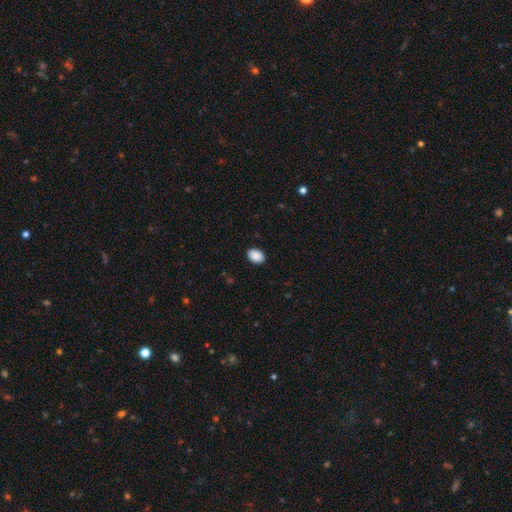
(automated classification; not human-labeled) Morphology: type=smooth (90%); roundness=in between (82%); merging=none (90%).